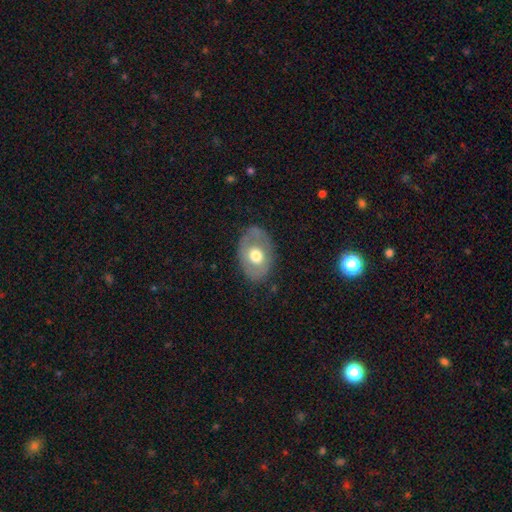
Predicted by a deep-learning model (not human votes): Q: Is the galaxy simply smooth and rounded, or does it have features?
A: smooth — 55%.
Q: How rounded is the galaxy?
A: in between — 78%.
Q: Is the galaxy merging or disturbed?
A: none — 73%.